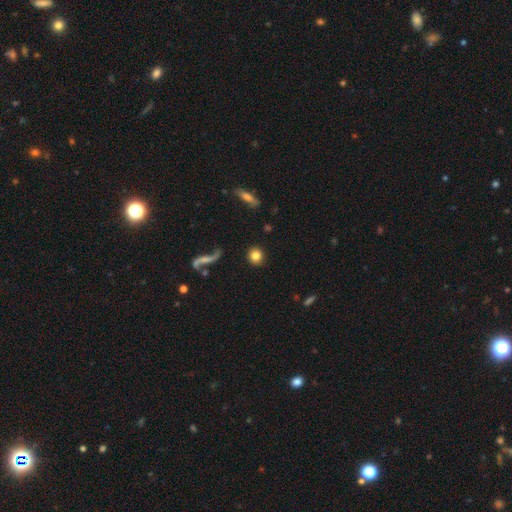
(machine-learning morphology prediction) smooth-or-featured: smooth: 79% | featured or disk: 12% | star or artifact: 9%
  how-rounded: round: 91% | in between: 7% | cigar-shaped: 2%
  merging: none: 89% | minor disturbance: 6% | major disturbance: 3% | merger: 2%